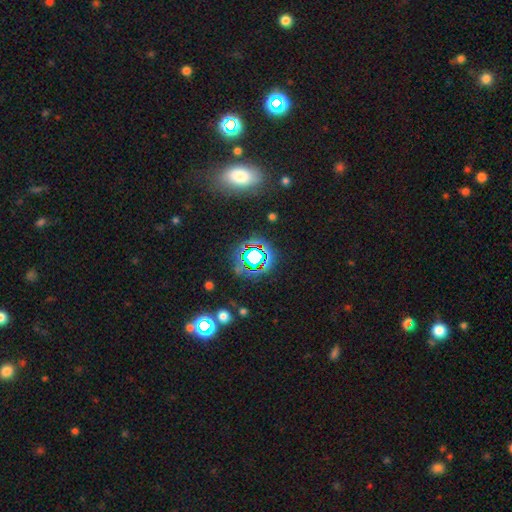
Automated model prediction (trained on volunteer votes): Smooth or featured? Predicted: star or artifact (p=0.62).